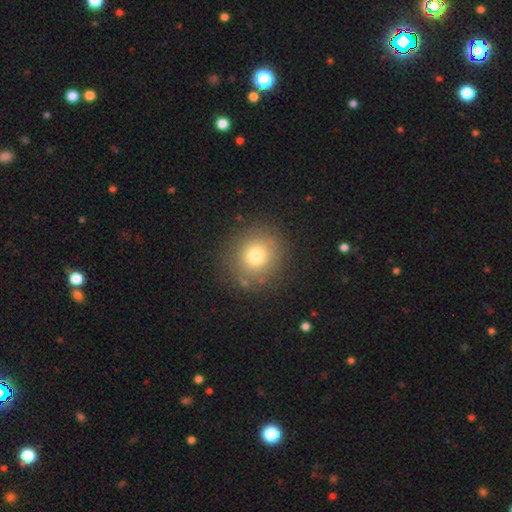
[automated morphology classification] This is likely a smooth galaxy (74%). How rounded: clearly round (90%). Merging: clearly none (85%).